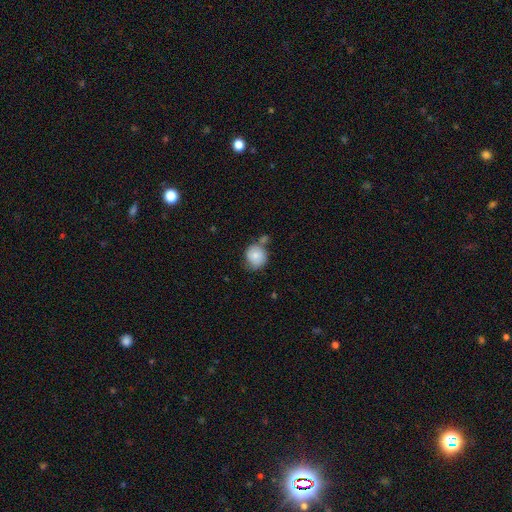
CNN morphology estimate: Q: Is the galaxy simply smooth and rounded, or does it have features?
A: smooth — 81%.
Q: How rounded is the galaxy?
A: round — 85%.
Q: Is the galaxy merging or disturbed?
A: none — 55%.